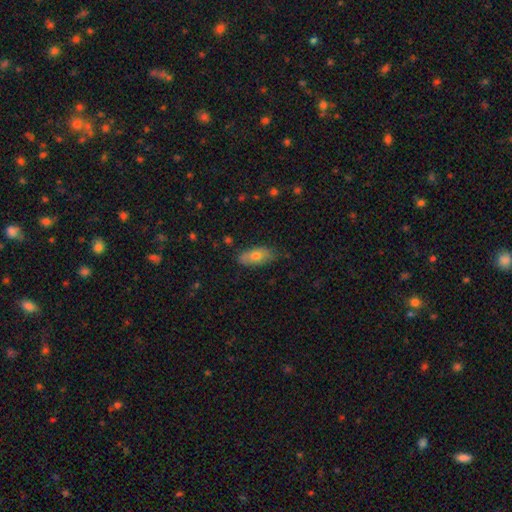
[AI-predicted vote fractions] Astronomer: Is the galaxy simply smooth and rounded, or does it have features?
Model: smooth — 72%.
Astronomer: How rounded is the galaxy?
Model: in between — 87%.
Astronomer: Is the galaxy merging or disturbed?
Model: none — 74%.